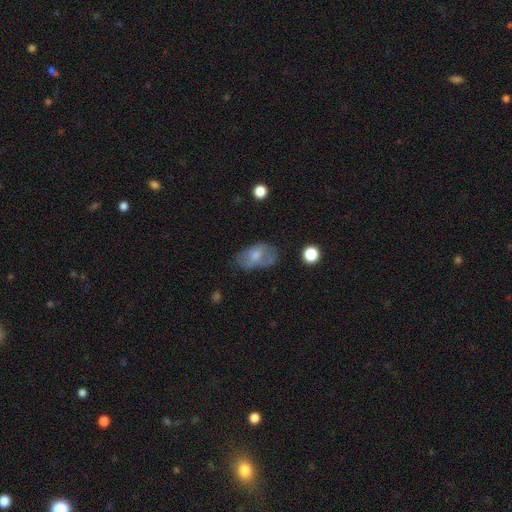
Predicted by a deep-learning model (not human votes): Smooth or featured: smooth — 61% (featured or disk — 30%)
How rounded: in between — 89% (round — 9%)
Merging: none — 50% (minor disturbance — 29%)